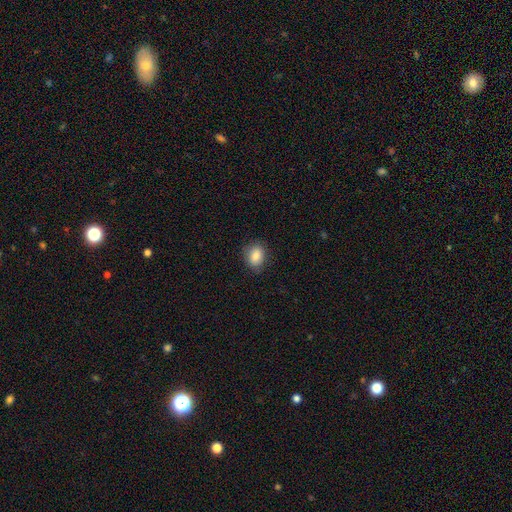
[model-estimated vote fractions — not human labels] smooth-or-featured: smooth: 87% | star or artifact: 8% | featured or disk: 5%
  how-rounded: in between: 68% | round: 31% | cigar-shaped: 1%
  merging: none: 82% | minor disturbance: 14% | major disturbance: 3% | merger: 1%